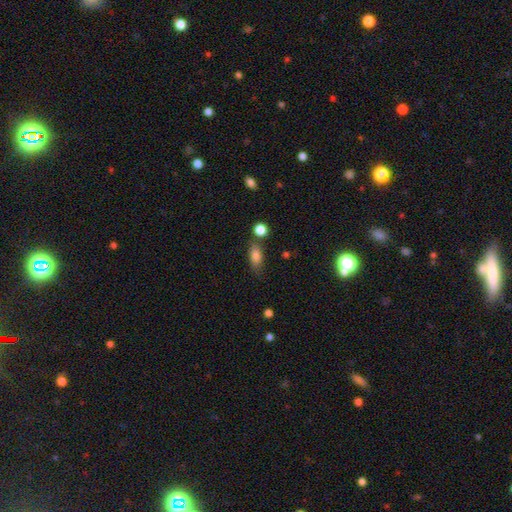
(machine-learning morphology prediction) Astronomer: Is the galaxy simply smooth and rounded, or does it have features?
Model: smooth — 82%.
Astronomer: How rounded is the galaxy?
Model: in between — 82%.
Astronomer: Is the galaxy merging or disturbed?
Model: none — 68%.